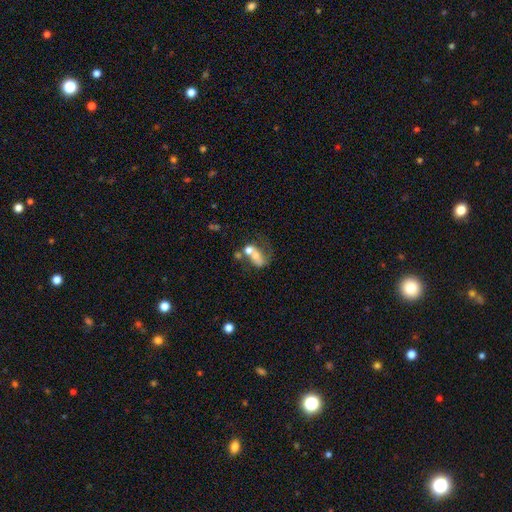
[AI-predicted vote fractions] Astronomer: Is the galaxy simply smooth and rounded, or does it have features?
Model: smooth — 50% (runner-up: featured or disk, 39%).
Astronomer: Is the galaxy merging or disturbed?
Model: merger — 57%.